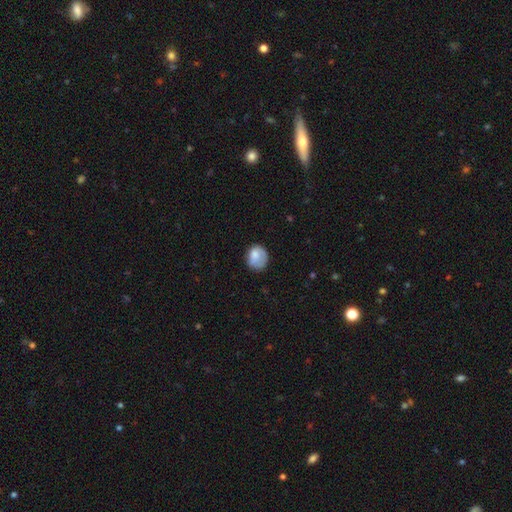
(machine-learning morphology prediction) Smooth or featured?
  - smooth: 75% *
  - featured or disk: 18%
  - star or artifact: 8%
How rounded?
  - round: 66% *
  - in between: 33%
  - cigar-shaped: 1%
Merging?
  - none: 56% *
  - minor disturbance: 28%
  - major disturbance: 14%
  - merger: 2%